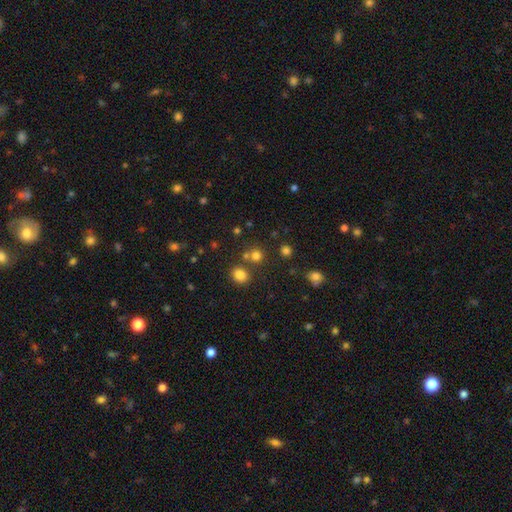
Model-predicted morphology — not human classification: Smooth or featured? Predicted: smooth (p=0.75). How rounded? Predicted: round (p=0.87). Merging? Predicted: none (p=0.71).